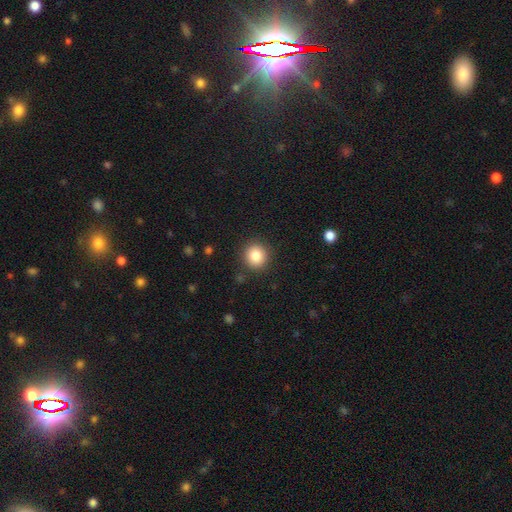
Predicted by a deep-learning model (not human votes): This is clearly a smooth galaxy (84%). How rounded: clearly round (91%). Merging: clearly none (90%).